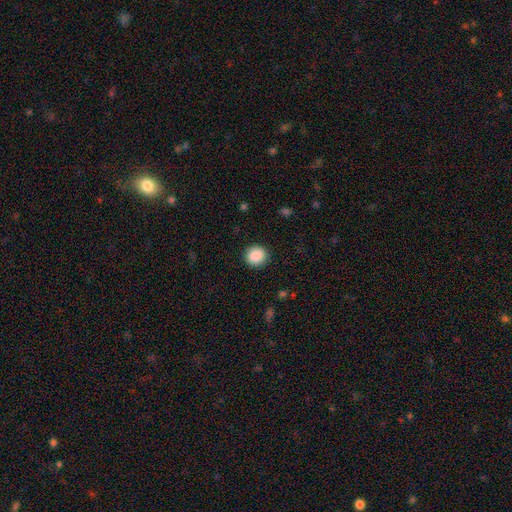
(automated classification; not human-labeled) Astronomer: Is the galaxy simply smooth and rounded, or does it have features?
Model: smooth — 89%.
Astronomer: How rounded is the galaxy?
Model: round — 87%.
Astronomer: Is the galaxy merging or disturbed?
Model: none — 90%.